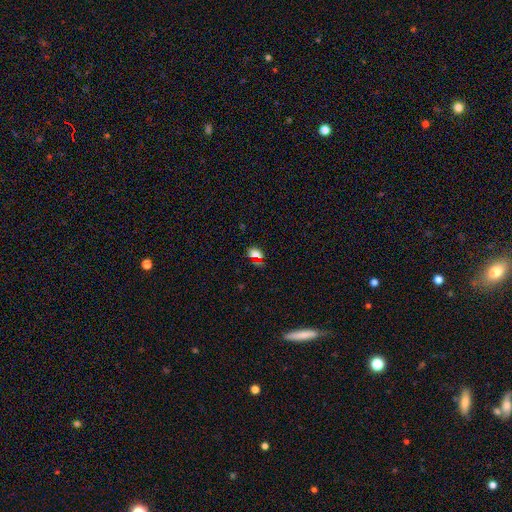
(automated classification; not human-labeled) A smooth galaxy with no disk features (61%) that is in between round and cigar-shaped (67%). Merging: none (79%).